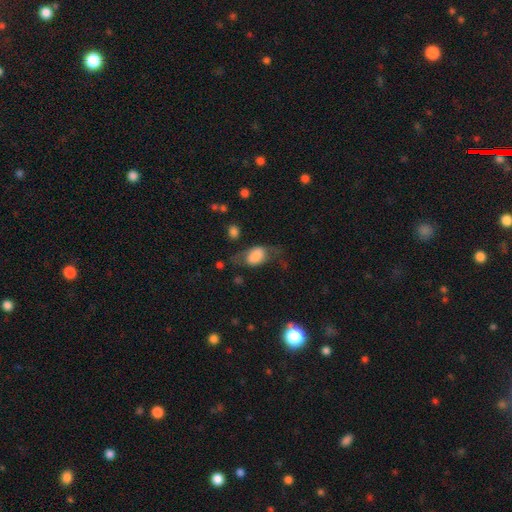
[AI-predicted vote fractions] Smooth or featured: smooth — 68% (featured or disk — 23%)
How rounded: in between — 83% (round — 15%)
Merging: none — 39% (major disturbance — 30%)